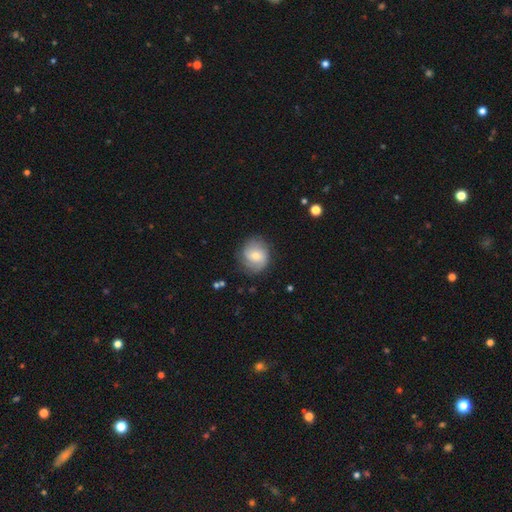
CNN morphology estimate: A featured or disk galaxy (47%). Merging: none (76%).